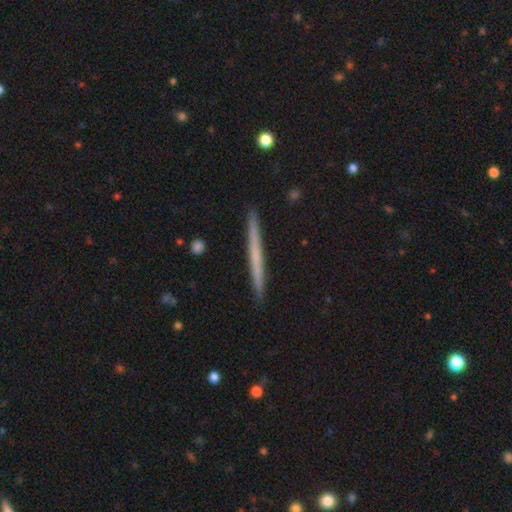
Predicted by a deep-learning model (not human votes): A smooth galaxy with no disk features (49%). Merging: none (93%).